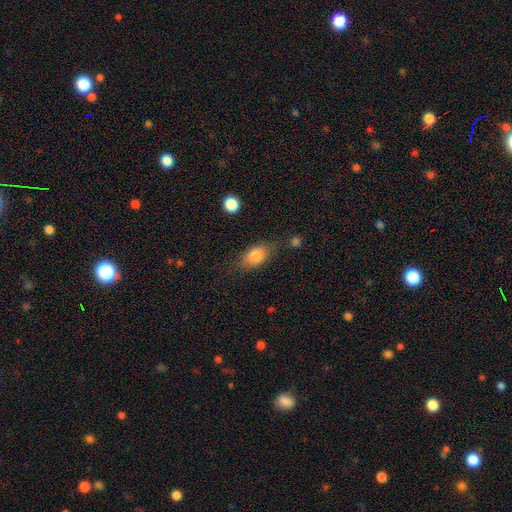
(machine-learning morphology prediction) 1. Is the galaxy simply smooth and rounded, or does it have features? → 81% smooth, 12% featured or disk, 8% star or artifact.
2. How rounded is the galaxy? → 82% in between, 12% round, 7% cigar-shaped.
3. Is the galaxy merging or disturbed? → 66% none, 21% minor disturbance, 8% major disturbance, 5% merger.